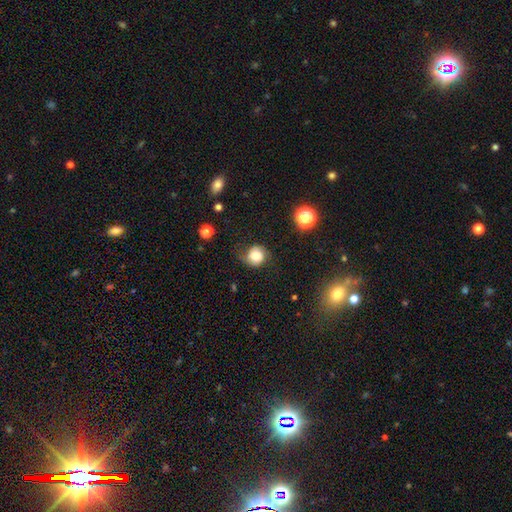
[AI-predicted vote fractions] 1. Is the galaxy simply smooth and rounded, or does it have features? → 64% smooth, 26% featured or disk, 11% star or artifact.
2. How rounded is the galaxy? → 81% round, 18% in between, 1% cigar-shaped.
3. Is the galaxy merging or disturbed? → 62% none, 25% minor disturbance, 11% major disturbance, 2% merger.